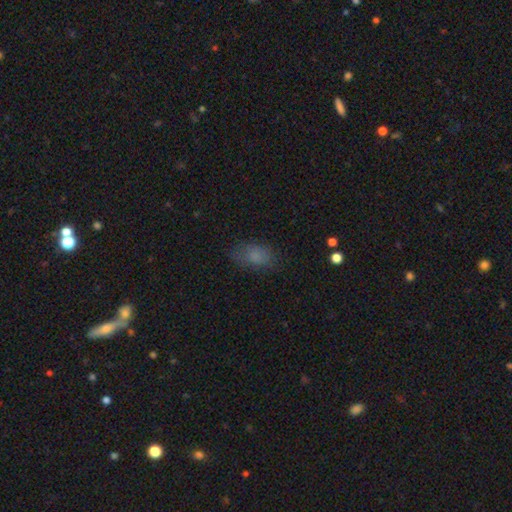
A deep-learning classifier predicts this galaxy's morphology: The model was most divided on "merging": none: 72%, minor disturbance: 19%, major disturbance: 8%, merger: 1%. More confident: how rounded — in between (88%); smooth or featured — smooth (78%).